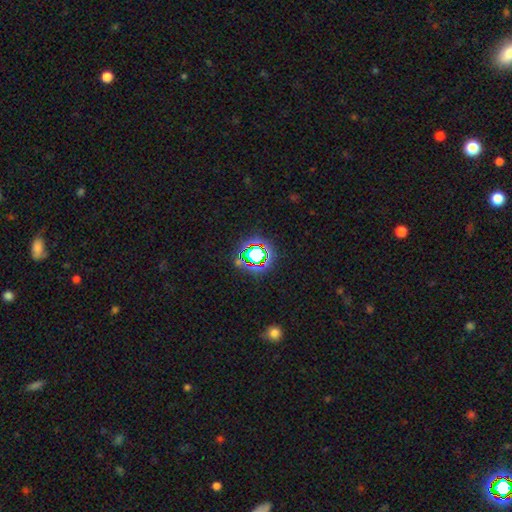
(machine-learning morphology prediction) A star or artifact, not a galaxy (72%).